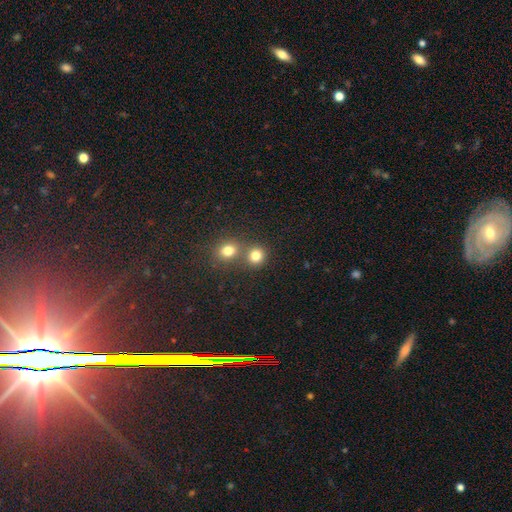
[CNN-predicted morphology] type=smooth (80%); roundness=round (88%); merging=none (60%).